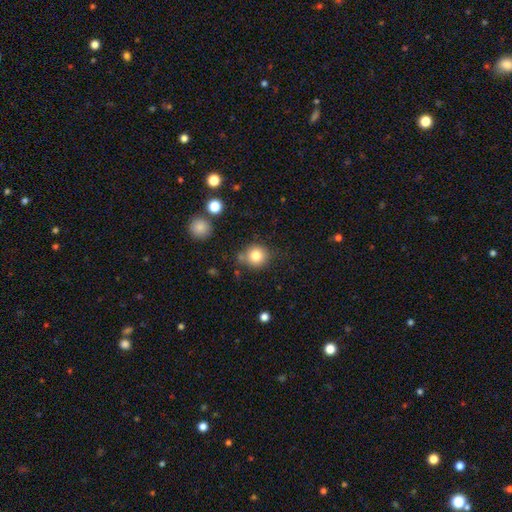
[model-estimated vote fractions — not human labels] Smooth or featured?
  - smooth: 80% *
  - star or artifact: 11%
  - featured or disk: 9%
How rounded?
  - round: 88% *
  - in between: 11%
  - cigar-shaped: 1%
Merging?
  - none: 74% *
  - minor disturbance: 15%
  - merger: 7%
  - major disturbance: 4%